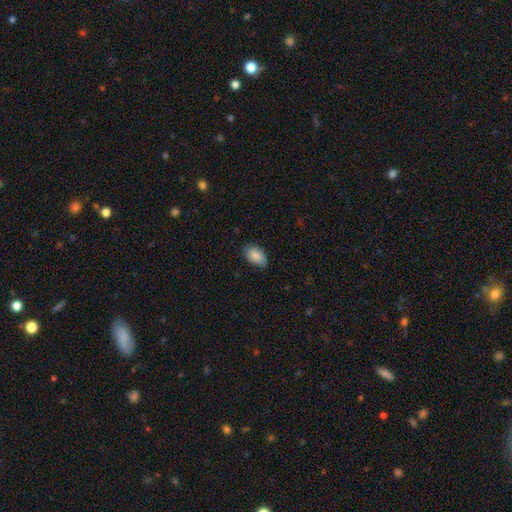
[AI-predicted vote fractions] Smooth or featured: smooth — 85% (featured or disk — 8%)
How rounded: in between — 93% (round — 6%)
Merging: none — 74% (minor disturbance — 22%)